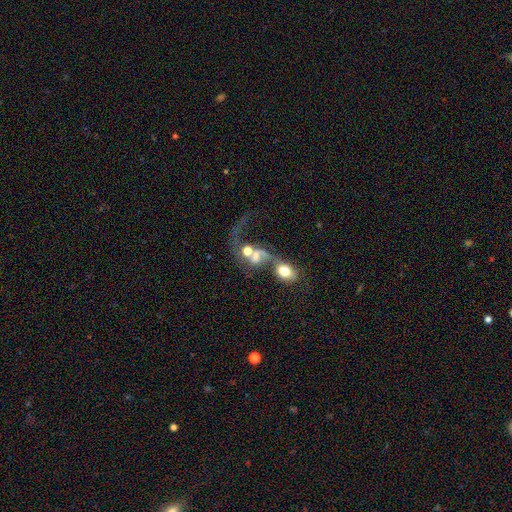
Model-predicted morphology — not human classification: This appears to be a featured or disk galaxy (54%) with no bar (63%), spiral arms (68%) and a moderate central bulge (37%). Merging: merger (63%).